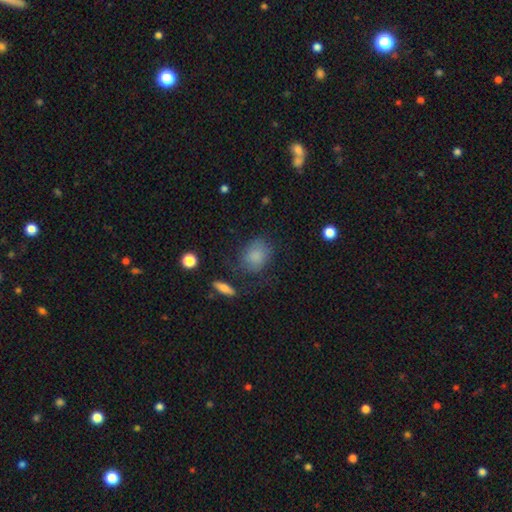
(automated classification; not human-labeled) smooth 78%, featured or disk 12%, star or artifact 10%. Down the decision tree: how rounded — in between (49%, tied with round); merging — none (64%).